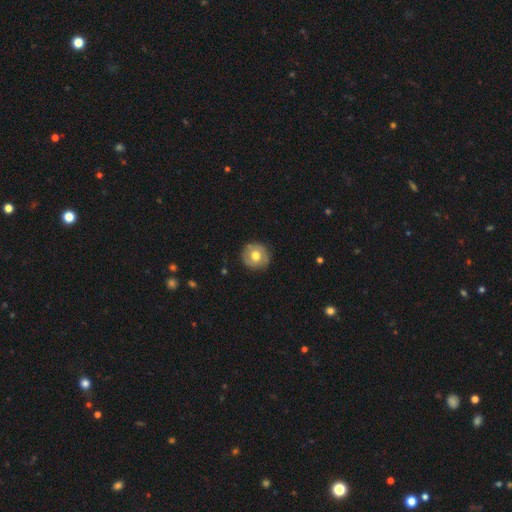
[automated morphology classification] The model was most divided on "smooth or featured": smooth: 61%, featured or disk: 32%, star or artifact: 7%. More confident: how rounded — round (92%); merging — none (86%).